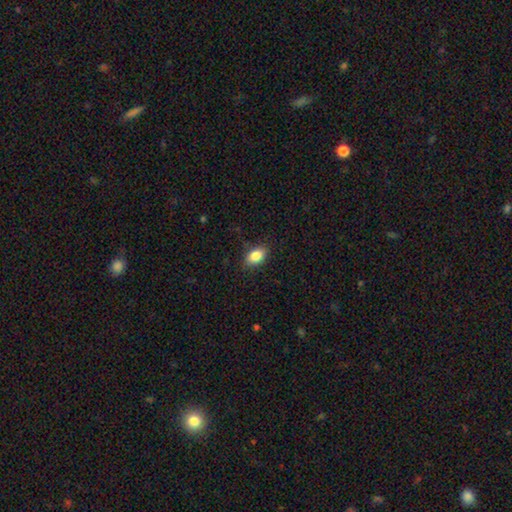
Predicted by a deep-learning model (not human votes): Smooth or featured? Predicted: smooth (p=0.86). How rounded? Predicted: in between (p=0.86). Merging? Predicted: none (p=0.86).